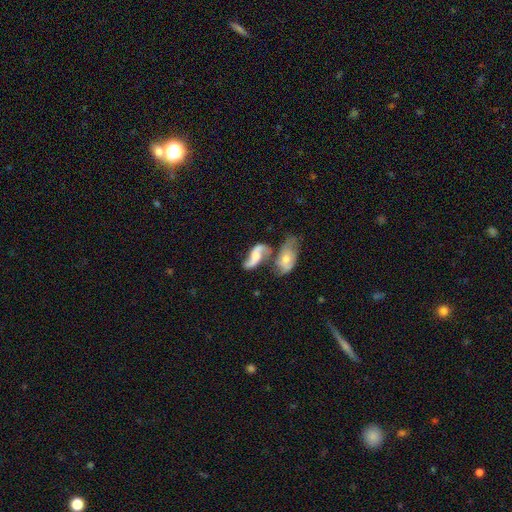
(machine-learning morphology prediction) smooth-or-featured: featured or disk: 76% | smooth: 18% | star or artifact: 6%
  disk-edge-on: no: 94% | yes: 6%
    bar: no: 49% | weak: 38% | strong: 12%
    has-spiral-arms: yes: 92% | no: 8%
      spiral-winding: loose: 74% | medium: 21% | tight: 5%
      spiral-arm-count: 2: 89% | 1: 4% | can't tell: 4% | 3: 1% | 4: 1% | more than 4: 1%
    bulge-size: moderate: 42% | small: 31% | none: 15% | large: 10% | dominant: 2%
  merging: merger: 50% | none: 28% | minor disturbance: 12% | major disturbance: 9%